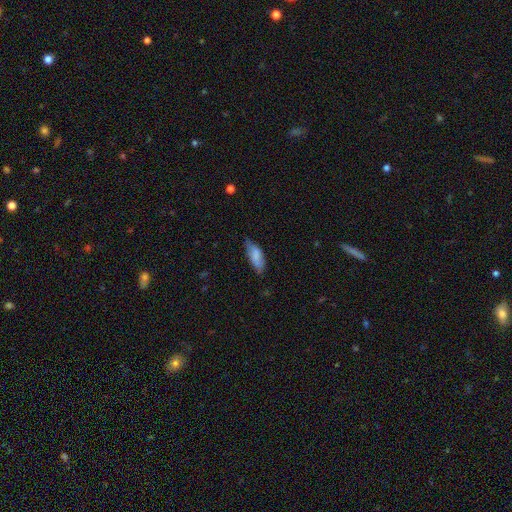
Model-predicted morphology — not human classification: Smooth or featured? smooth (79%)
How rounded? in between (75%)
Merging? none (61%)